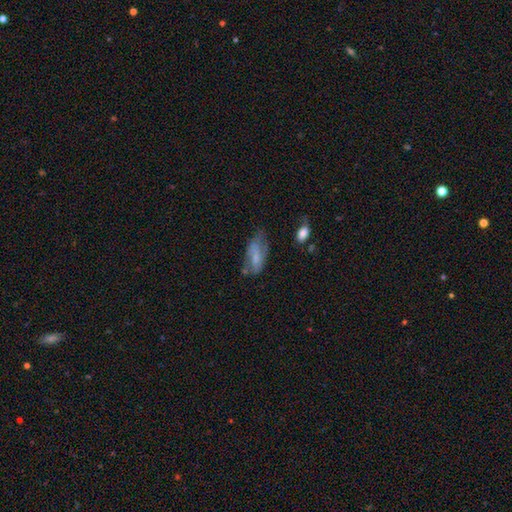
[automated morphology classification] smooth 56%, featured or disk 36%, star or artifact 8%. Down the decision tree: how rounded — in between (83%); merging — none (42%).